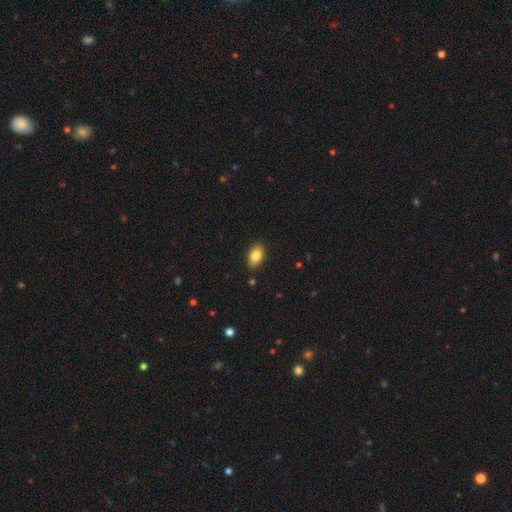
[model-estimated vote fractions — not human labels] The model was most divided on "smooth or featured": smooth: 83%, featured or disk: 9%, star or artifact: 8%. More confident: how rounded — in between (91%); merging — none (88%).